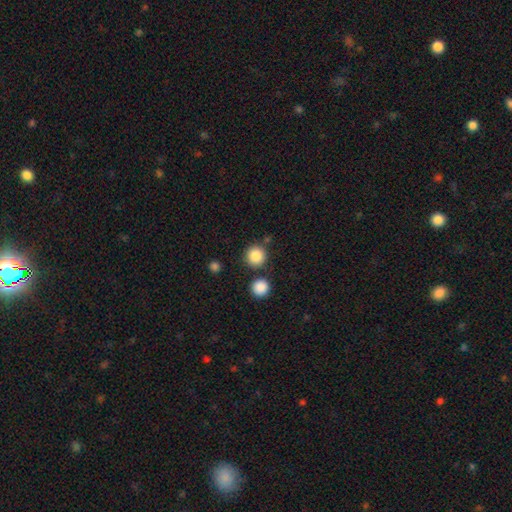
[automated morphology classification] smooth-or-featured: smooth: 86% | star or artifact: 10% | featured or disk: 4%
  how-rounded: round: 94% | in between: 5% | cigar-shaped: 1%
  merging: none: 80% | merger: 9% | minor disturbance: 8% | major disturbance: 3%